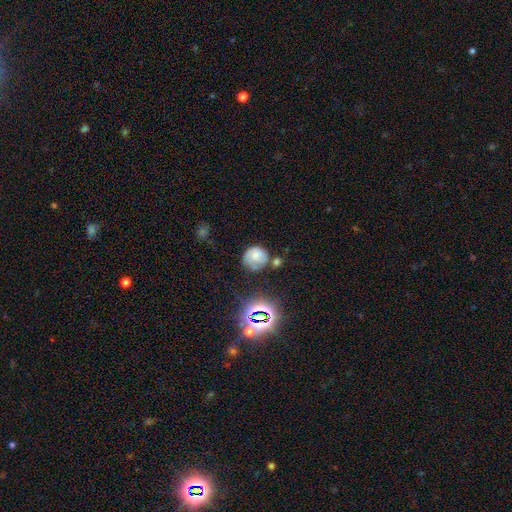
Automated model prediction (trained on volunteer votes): Smooth or featured? Predicted: smooth (p=0.53). How rounded? Predicted: round (p=0.81). Merging? Predicted: none (p=0.51).